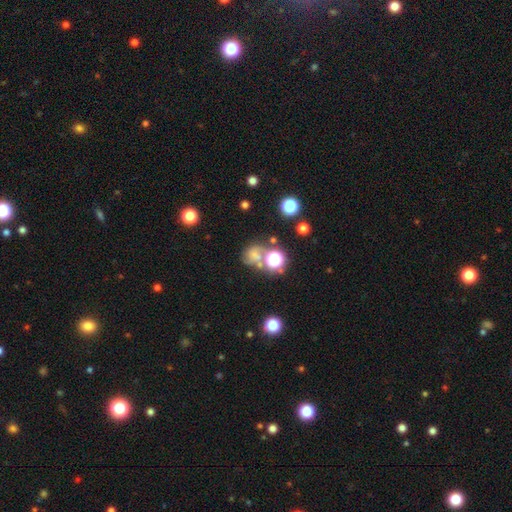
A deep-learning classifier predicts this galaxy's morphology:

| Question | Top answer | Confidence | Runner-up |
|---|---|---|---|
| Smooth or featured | smooth | 48% | star or artifact (30%) |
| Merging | none | 41% | merger (27%) |